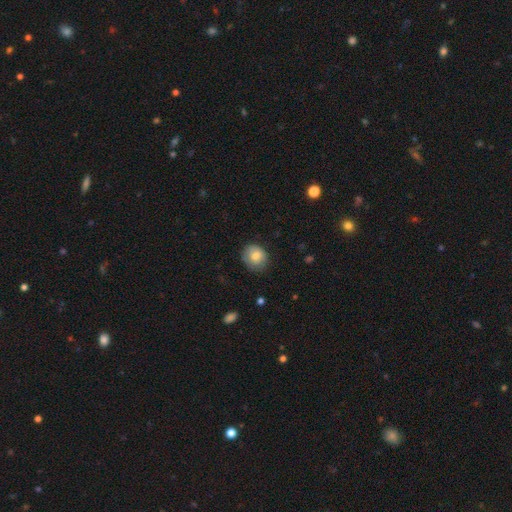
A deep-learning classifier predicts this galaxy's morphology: smooth-or-featured: smooth: 79% | featured or disk: 13% | star or artifact: 8%
  how-rounded: round: 72% | in between: 27% | cigar-shaped: 1%
  merging: none: 73% | minor disturbance: 21% | major disturbance: 5% | merger: 1%